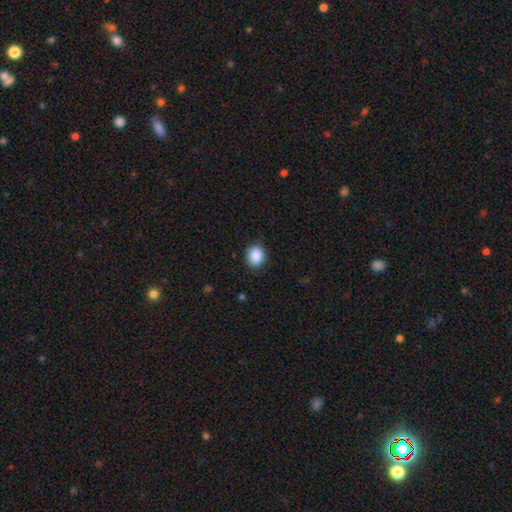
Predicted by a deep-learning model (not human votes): Smooth or featured?
  - smooth: 88% *
  - star or artifact: 8%
  - featured or disk: 3%
How rounded?
  - round: 72% *
  - in between: 27%
  - cigar-shaped: 1%
Merging?
  - none: 85% *
  - minor disturbance: 11%
  - major disturbance: 3%
  - merger: 1%